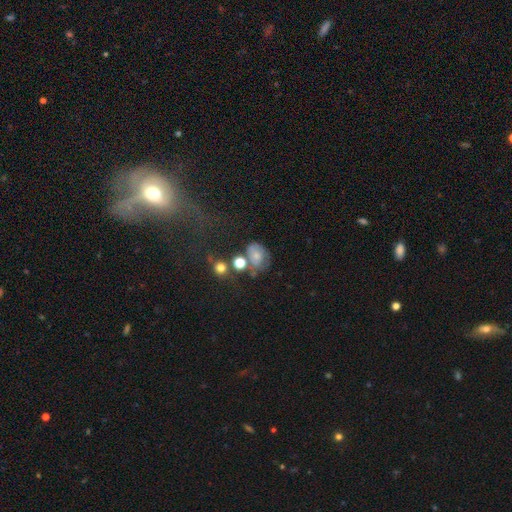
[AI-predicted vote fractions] The model was most divided on "merging": none: 38%, minor disturbance: 26%, major disturbance: 18%, merger: 17%. More confident: how rounded — in between (57%); smooth or featured — smooth (54%).